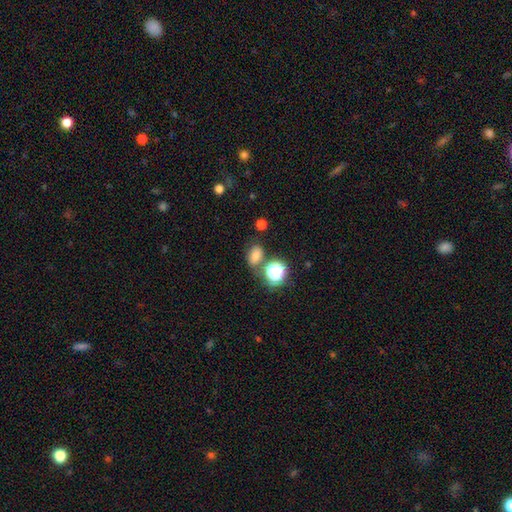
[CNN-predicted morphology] smooth_or_featured: smooth (p=0.66) [alt: star or artifact p=0.25]
how_rounded: in between (p=0.67) [alt: round p=0.31]
merging: none (p=0.69) [alt: minor disturbance p=0.14]